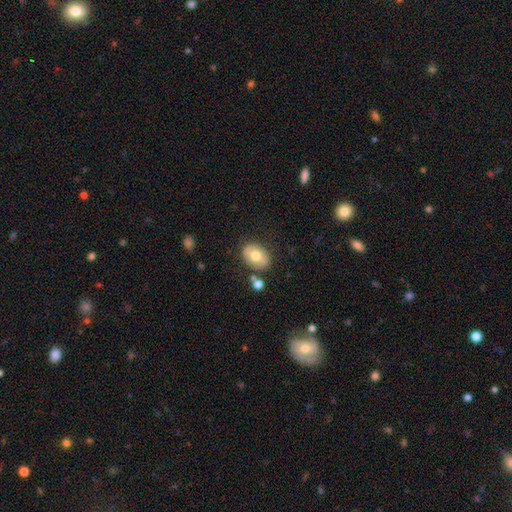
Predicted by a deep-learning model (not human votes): Smooth or featured?
  - smooth: 63% *
  - featured or disk: 29%
  - star or artifact: 7%
How rounded?
  - in between: 69% *
  - round: 30%
  - cigar-shaped: 1%
Merging?
  - none: 78% *
  - minor disturbance: 13%
  - merger: 5%
  - major disturbance: 4%